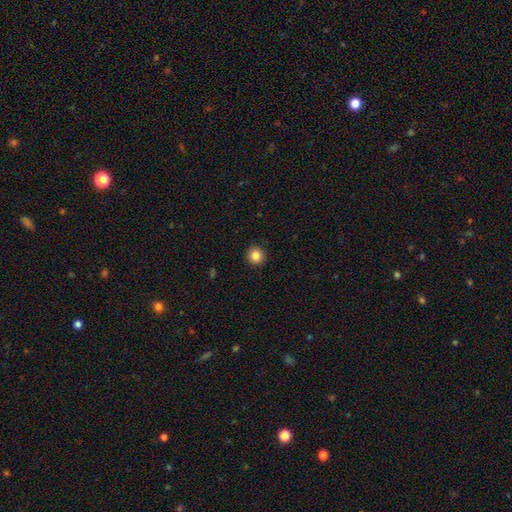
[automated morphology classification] This is clearly a smooth galaxy (84%). How rounded: clearly round (95%). Merging: clearly none (93%).